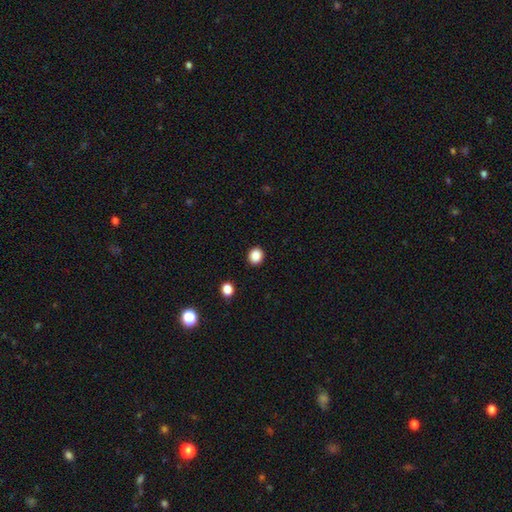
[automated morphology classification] The model was most divided on "how rounded": round: 81%, in between: 18%, cigar-shaped: 1%. More confident: merging — none (92%); smooth or featured — smooth (87%).